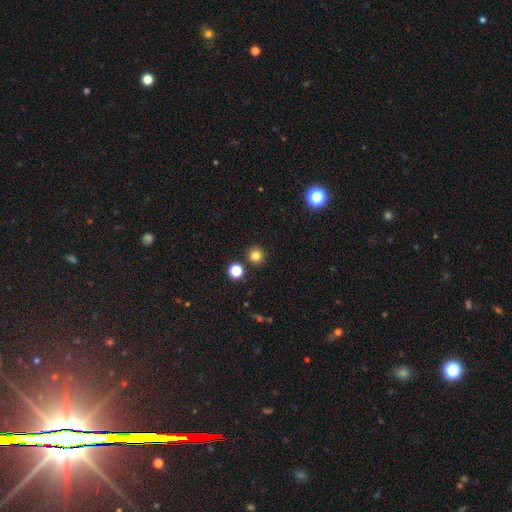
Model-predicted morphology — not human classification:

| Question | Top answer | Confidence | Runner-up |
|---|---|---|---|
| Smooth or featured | smooth | 81% | star or artifact (14%) |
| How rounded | round | 94% | in between (5%) |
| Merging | none | 88% | minor disturbance (6%) |